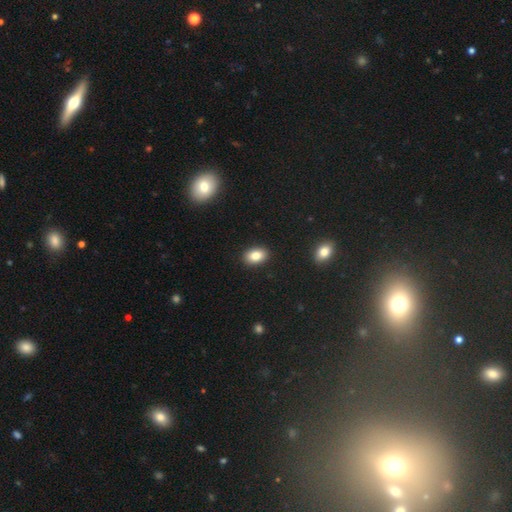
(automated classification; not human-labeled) Smooth or featured?
  - smooth: 85% *
  - star or artifact: 8%
  - featured or disk: 7%
How rounded?
  - in between: 86% *
  - round: 13%
  - cigar-shaped: 1%
Merging?
  - none: 90% *
  - minor disturbance: 7%
  - major disturbance: 2%
  - merger: 1%